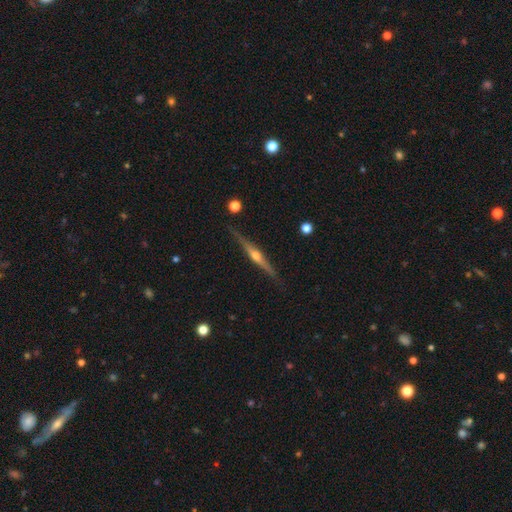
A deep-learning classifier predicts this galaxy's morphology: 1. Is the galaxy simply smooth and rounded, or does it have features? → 81% featured or disk, 13% smooth, 6% star or artifact.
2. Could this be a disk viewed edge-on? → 98% yes, 2% no.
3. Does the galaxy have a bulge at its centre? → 91% rounded, 5% none, 4% boxy.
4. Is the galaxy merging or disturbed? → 87% none, 10% minor disturbance, 2% major disturbance, 2% merger.